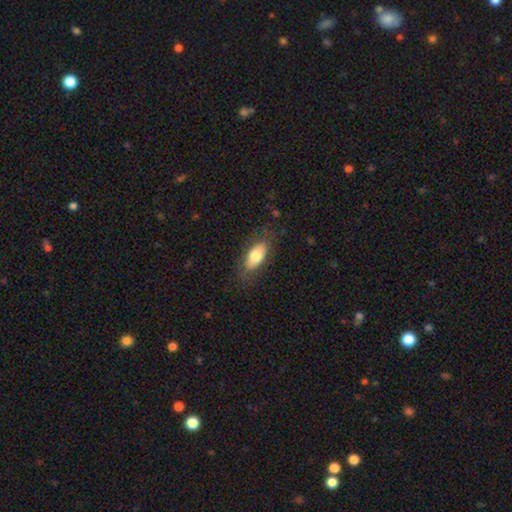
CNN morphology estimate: type=smooth (72%); roundness=in between (86%); merging=none (78%).